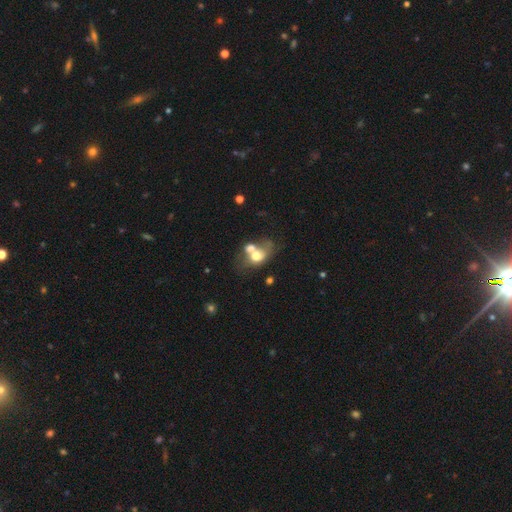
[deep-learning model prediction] This appears to be a smooth galaxy with no disk features (59%) that is in between round and cigar-shaped (62%). Merging: merger (57%).